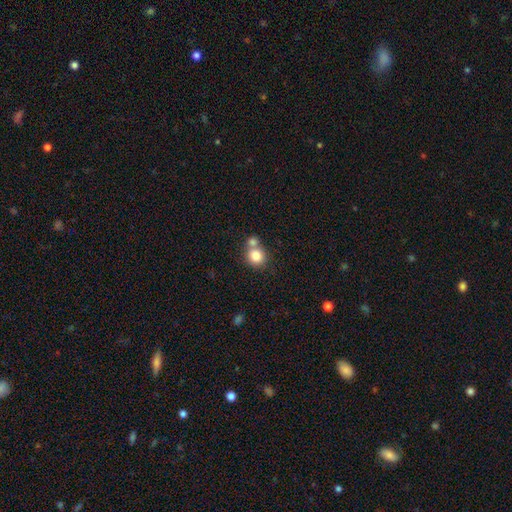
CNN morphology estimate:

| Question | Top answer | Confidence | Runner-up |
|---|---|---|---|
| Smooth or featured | smooth | 82% | star or artifact (9%) |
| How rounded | round | 83% | in between (16%) |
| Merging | none | 47% | merger (42%) |